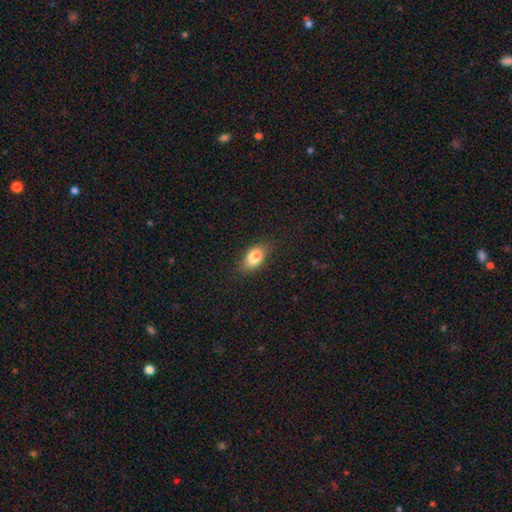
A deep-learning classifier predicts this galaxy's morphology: Smooth or featured? Predicted: smooth (p=0.82). How rounded? Predicted: in between (p=0.86). Merging? Predicted: none (p=0.80).